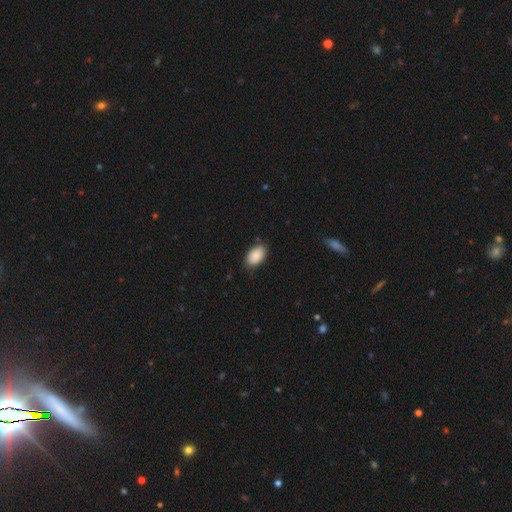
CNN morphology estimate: smooth_or_featured: smooth (p=0.90) [alt: star or artifact p=0.07]
how_rounded: in between (p=0.92) [alt: round p=0.06]
merging: none (p=0.83) [alt: minor disturbance p=0.13]